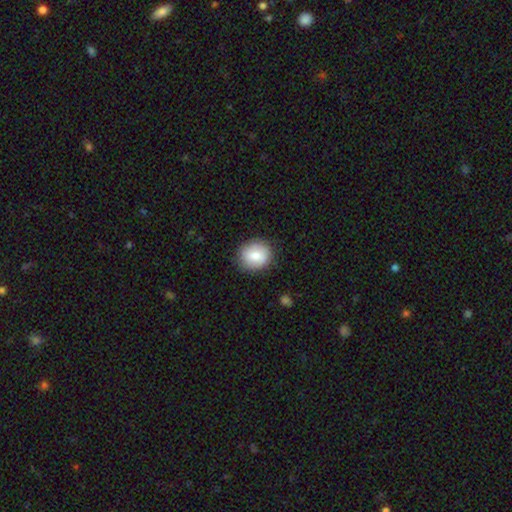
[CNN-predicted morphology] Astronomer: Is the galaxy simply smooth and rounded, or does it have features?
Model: smooth — 77%.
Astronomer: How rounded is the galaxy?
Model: round — 78%.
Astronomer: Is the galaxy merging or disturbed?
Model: none — 85%.